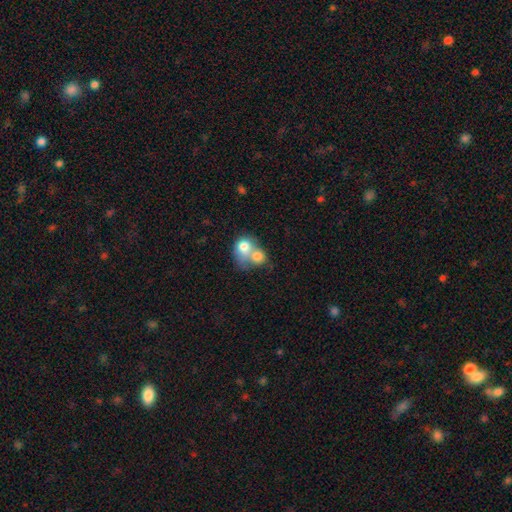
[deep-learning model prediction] smooth 73%, featured or disk 19%, star or artifact 8%. Down the decision tree: how rounded — round (65%); merging — merger (73%).